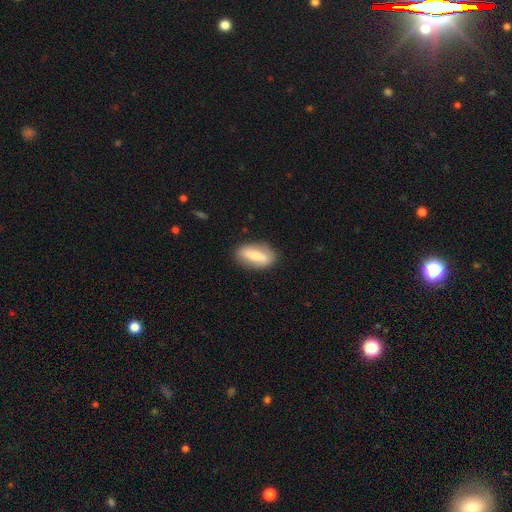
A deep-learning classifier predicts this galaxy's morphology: smooth-or-featured: smooth: 58% | featured or disk: 36% | star or artifact: 6%
  how-rounded: in between: 78% | cigar-shaped: 17% | round: 4%
  merging: none: 84% | minor disturbance: 12% | major disturbance: 3% | merger: 1%